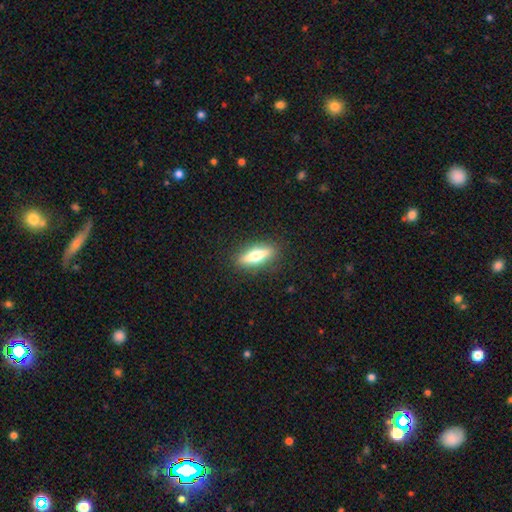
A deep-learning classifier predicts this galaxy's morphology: Smooth or featured? Predicted: smooth (p=0.50). Merging? Predicted: none (p=0.89).